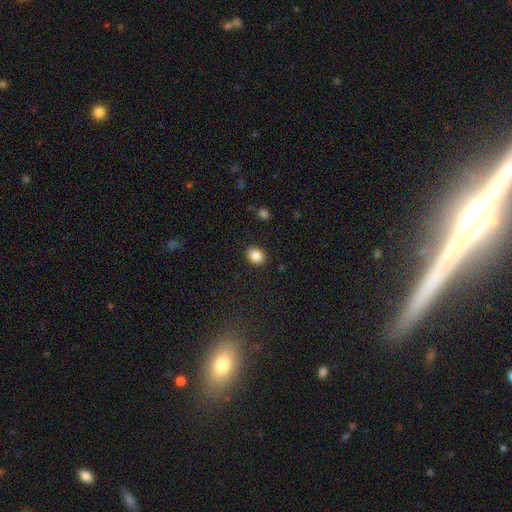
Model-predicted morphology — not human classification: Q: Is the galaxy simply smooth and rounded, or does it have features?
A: smooth — 87%.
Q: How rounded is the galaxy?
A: round — 50%.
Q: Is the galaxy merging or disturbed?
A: none — 90%.